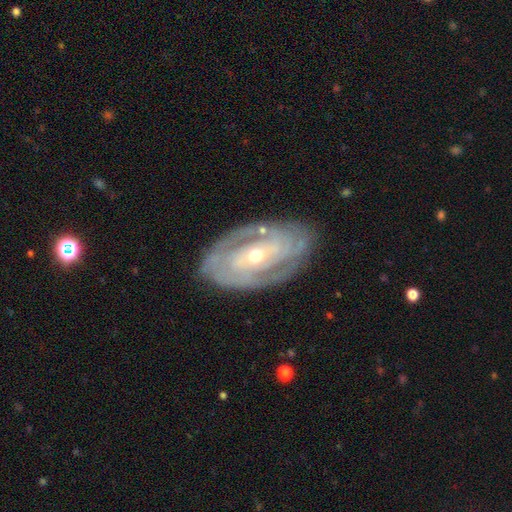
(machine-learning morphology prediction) smooth_or_featured: featured or disk (p=0.84) [alt: smooth p=0.10]
disk_edge_on: no (p=0.93) [alt: yes p=0.07]
bar: no (p=0.49) [alt: weak p=0.31]
has_spiral_arms: yes (p=0.87) [alt: no p=0.13]
spiral_winding: tight (p=0.70) [alt: medium p=0.23]
spiral_arm_count: can't tell (p=0.36) [alt: 2 p=0.35]
bulge_size: small (p=0.49) [alt: moderate p=0.48]
merging: none (p=0.77) [alt: minor disturbance p=0.16]